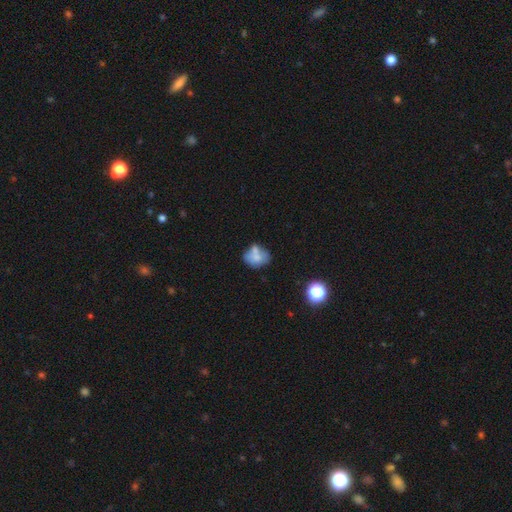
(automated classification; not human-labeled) Smooth or featured? Predicted: smooth (p=0.62). How rounded? Predicted: in between (p=0.53). Merging? Predicted: none (p=0.42).